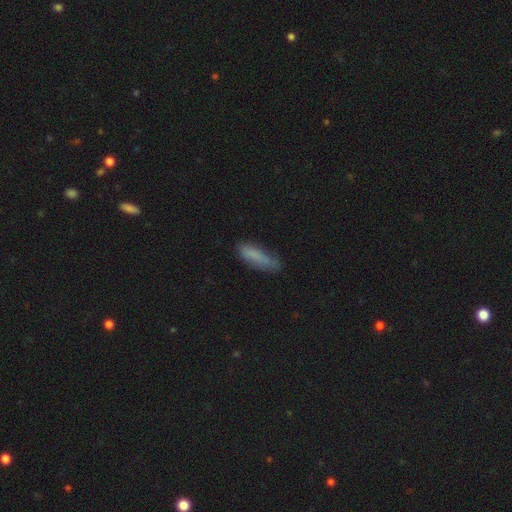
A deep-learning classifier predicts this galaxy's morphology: Smooth or featured?
  - smooth: 78% *
  - featured or disk: 14%
  - star or artifact: 8%
How rounded?
  - cigar-shaped: 64% *
  - in between: 35%
  - round: 2%
Merging?
  - none: 66% *
  - minor disturbance: 25%
  - major disturbance: 6%
  - merger: 2%